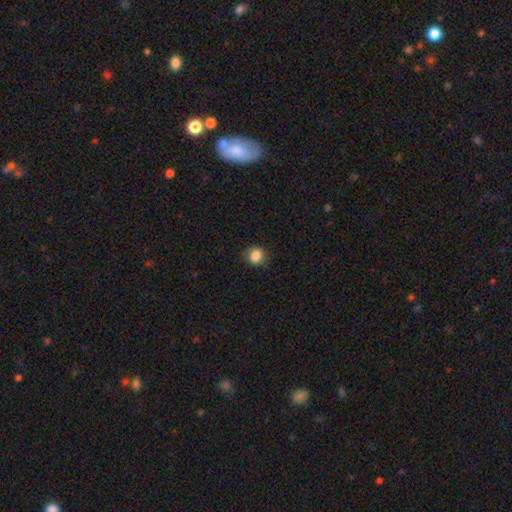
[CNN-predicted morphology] The model was most divided on "how rounded": round: 73%, in between: 26%, cigar-shaped: 1%. More confident: smooth or featured — smooth (84%); merging — none (79%).